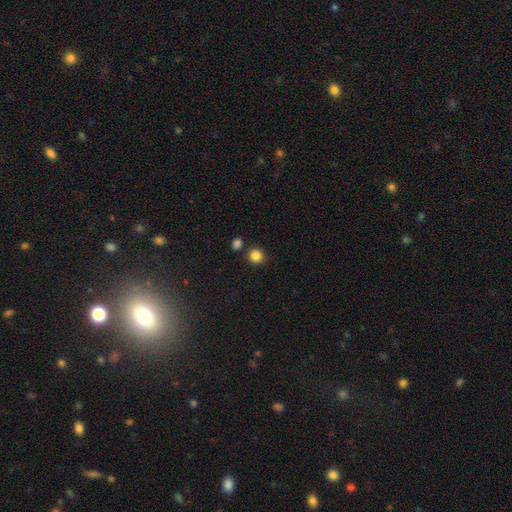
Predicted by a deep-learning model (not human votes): smooth-or-featured: smooth: 85% | star or artifact: 11% | featured or disk: 3%
  how-rounded: round: 91% | in between: 8% | cigar-shaped: 1%
  merging: none: 84% | merger: 7% | minor disturbance: 7% | major disturbance: 2%